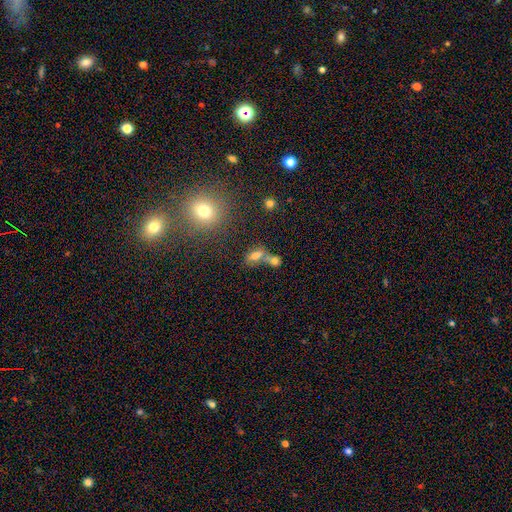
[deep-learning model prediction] Morphology: type=smooth (67%); roundness=in between (73%); merging=merger (47%).